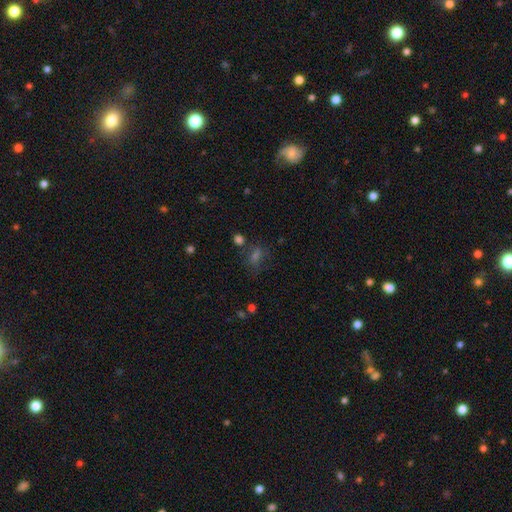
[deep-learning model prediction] Smooth or featured? Predicted: smooth (p=0.42). Merging? Predicted: none (p=0.61).